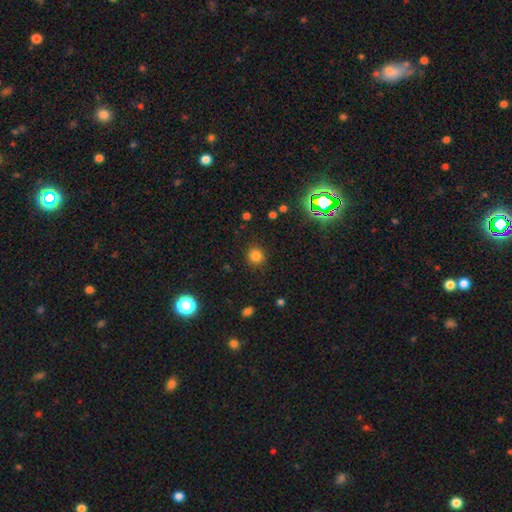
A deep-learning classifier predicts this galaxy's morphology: type=smooth (80%); roundness=round (91%); merging=none (89%).